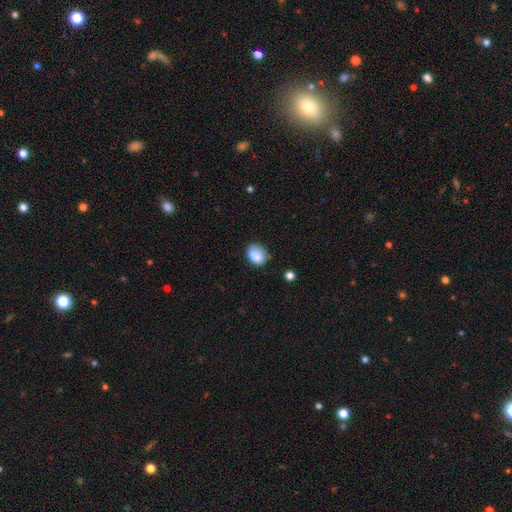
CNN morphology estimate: Smooth or featured: smooth — 84% (star or artifact — 9%)
How rounded: in between — 65% (round — 34%)
Merging: none — 62% (minor disturbance — 27%)